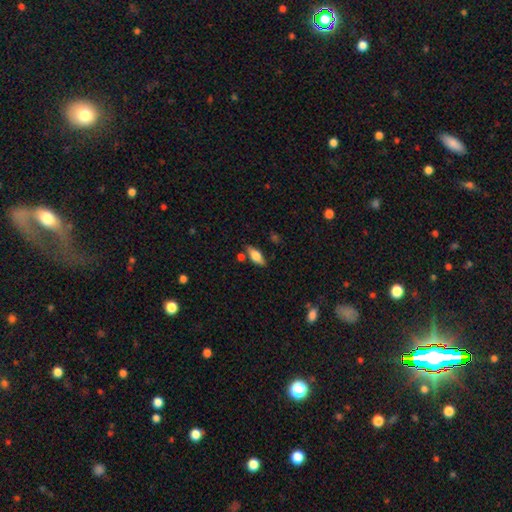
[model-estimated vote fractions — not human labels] This is likely a smooth galaxy (65%). How rounded: likely in between (71%). Merging: likely none (78%).